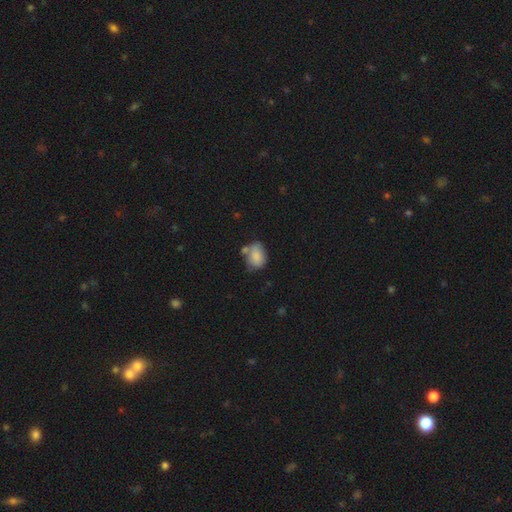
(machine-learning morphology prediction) The model was most divided on "merging": none: 46%, minor disturbance: 26%, merger: 20%, major disturbance: 8%. More confident: smooth or featured — smooth (81%); how rounded — in between (70%).